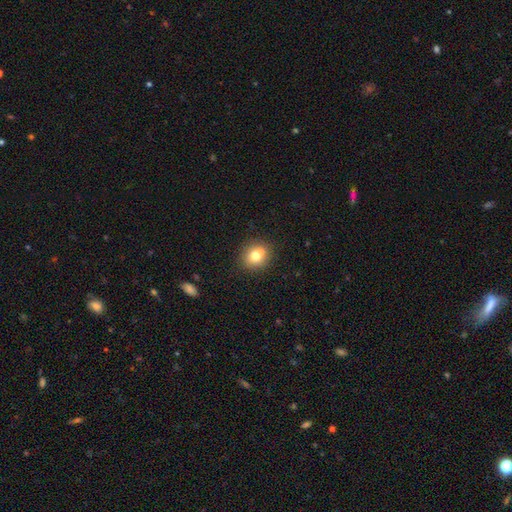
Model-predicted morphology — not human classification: A smooth galaxy with no disk features (75%) that is round (75%). Merging: none (72%).